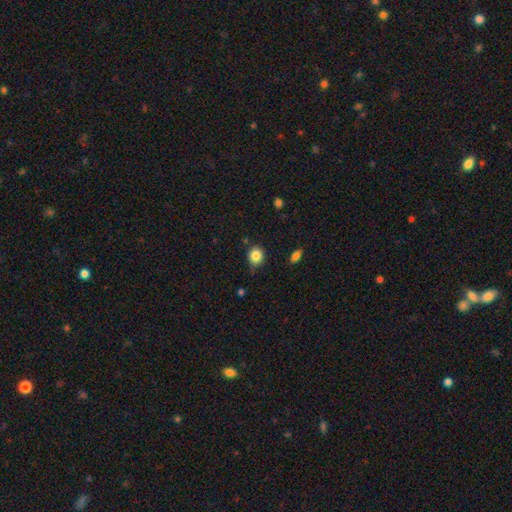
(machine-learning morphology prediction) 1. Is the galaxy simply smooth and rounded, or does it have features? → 84% smooth, 10% star or artifact, 6% featured or disk.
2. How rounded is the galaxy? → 71% round, 28% in between, 1% cigar-shaped.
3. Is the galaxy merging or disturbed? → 69% none, 24% minor disturbance, 4% major disturbance, 3% merger.